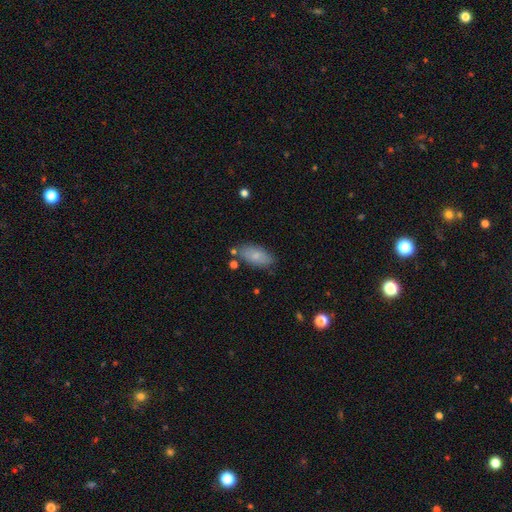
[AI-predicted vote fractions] A smooth galaxy with no disk features (78%) that is in between round and cigar-shaped (92%).

Vote fractions:
- Smooth or featured? smooth: 78% / featured or disk: 16% / star or artifact: 7%
- How rounded? in between: 92% / cigar-shaped: 5% / round: 3%
- Merging? none: 75% / minor disturbance: 17% / merger: 5% / major disturbance: 4%